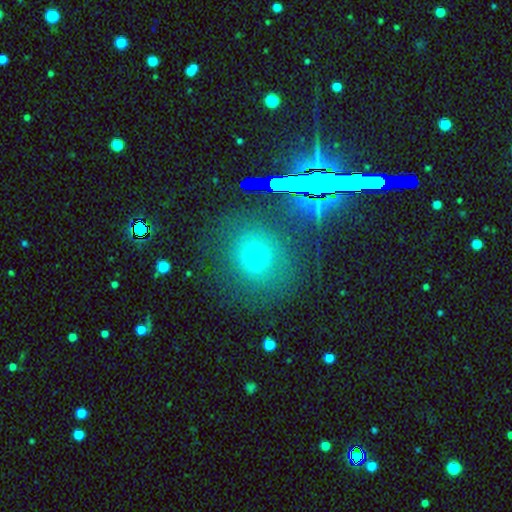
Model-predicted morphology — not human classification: Smooth or featured? Predicted: smooth (p=0.59). How rounded? Predicted: round (p=0.74). Merging? Predicted: none (p=0.78).